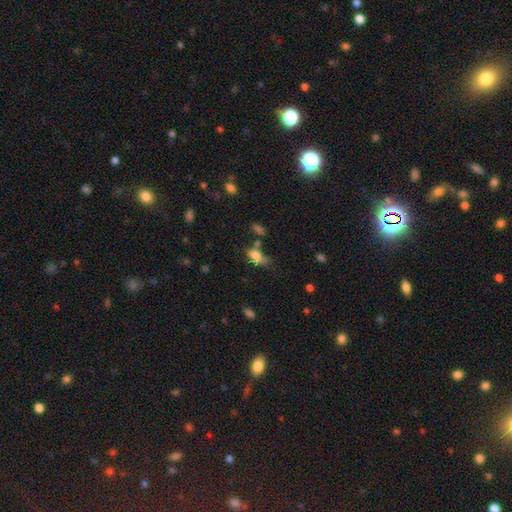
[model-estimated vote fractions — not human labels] Smooth or featured: smooth — 75% (featured or disk — 14%)
How rounded: in between — 82% (round — 11%)
Merging: none — 36% (minor disturbance — 28%)